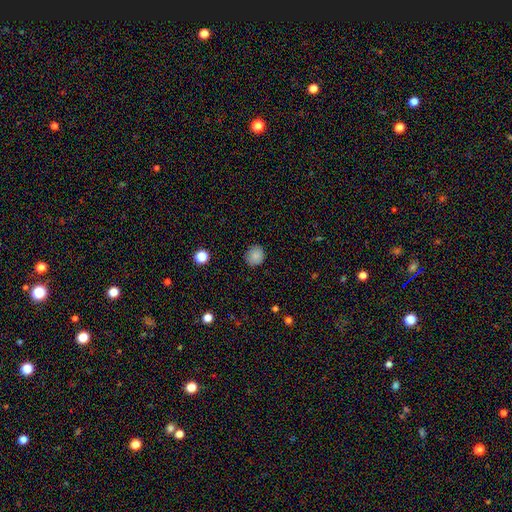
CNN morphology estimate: Smooth or featured? smooth (85%)
How rounded? round (85%)
Merging? none (87%)